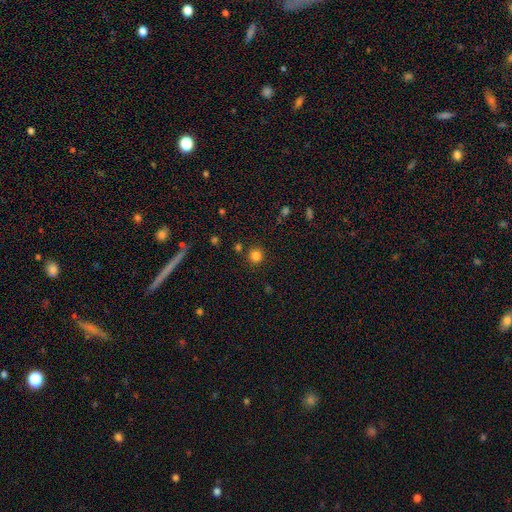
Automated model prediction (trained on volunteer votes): smooth_or_featured: smooth (p=0.82) [alt: star or artifact p=0.13]
how_rounded: round (p=0.94) [alt: in between p=0.05]
merging: none (p=0.88) [alt: minor disturbance p=0.06]